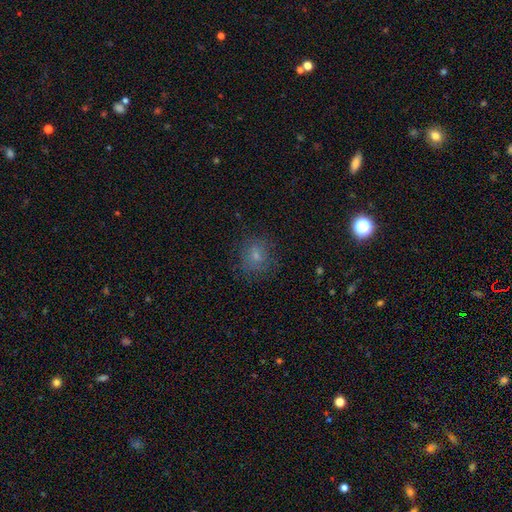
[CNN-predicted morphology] smooth_or_featured: smooth (p=0.64) [alt: featured or disk p=0.20]
how_rounded: round (p=0.77) [alt: in between p=0.22]
merging: none (p=0.74) [alt: minor disturbance p=0.16]